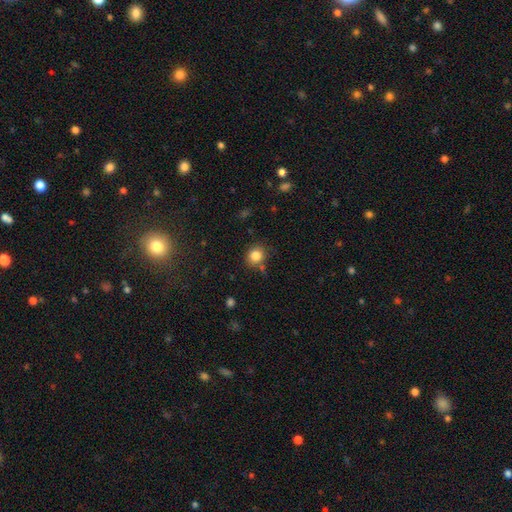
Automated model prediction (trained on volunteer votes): Q: Smooth or featured?
A: smooth (83%); runner-up: star or artifact (11%)
Q: How rounded?
A: round (80%); runner-up: in between (19%)
Q: Merging?
A: none (77%); runner-up: minor disturbance (13%)